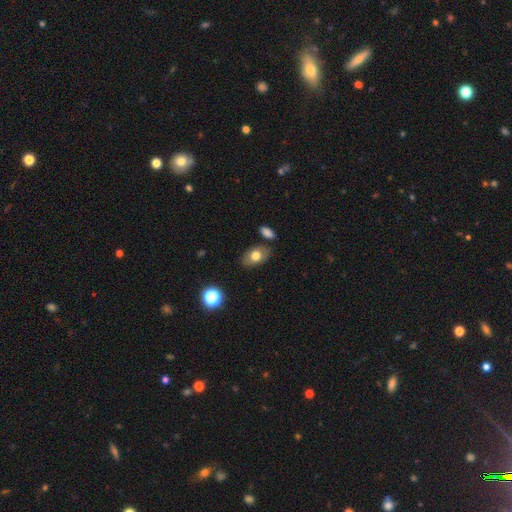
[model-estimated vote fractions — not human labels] Smooth or featured: smooth — 72% (featured or disk — 20%)
How rounded: in between — 85% (round — 14%)
Merging: none — 79% (minor disturbance — 12%)